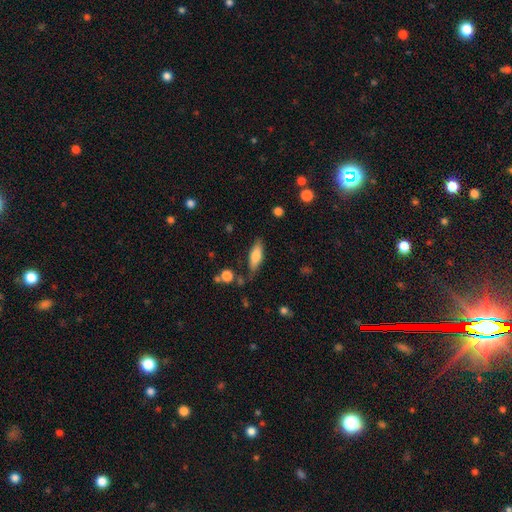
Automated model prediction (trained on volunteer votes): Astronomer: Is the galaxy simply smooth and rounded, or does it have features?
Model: smooth — 74%.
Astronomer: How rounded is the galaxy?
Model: in between — 60% (runner-up: cigar-shaped, 37%).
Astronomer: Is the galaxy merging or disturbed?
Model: none — 72%.